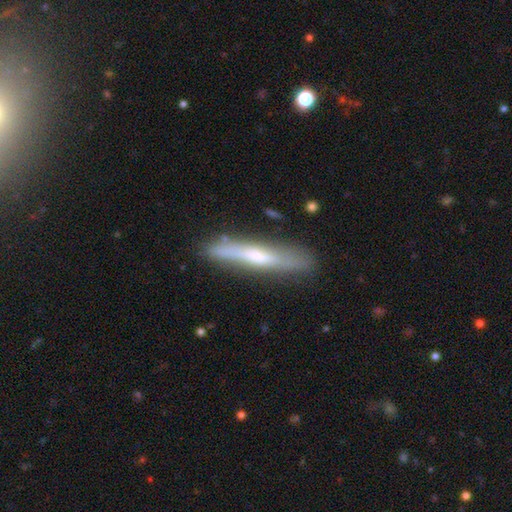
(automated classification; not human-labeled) A featured or disk galaxy (55%) viewed edge-on (88%). Merging: none (80%).